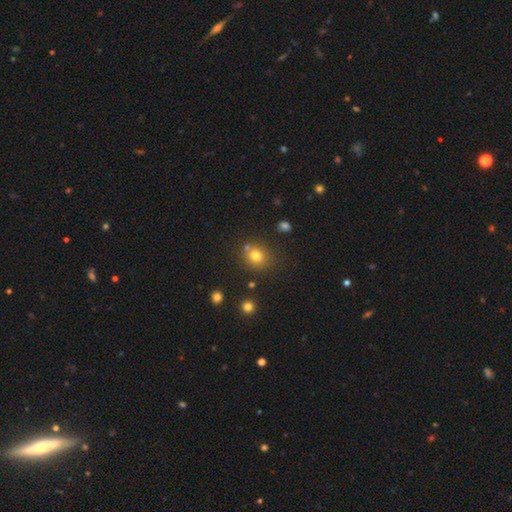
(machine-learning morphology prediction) smooth 77%, star or artifact 15%, featured or disk 9%. Down the decision tree: how rounded — round (74%); merging — none (73%).